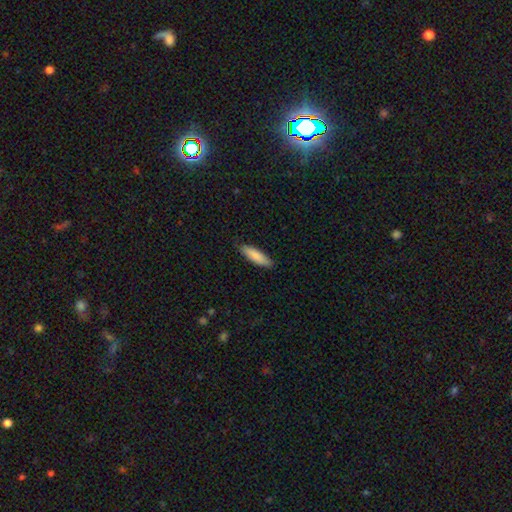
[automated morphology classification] smooth-or-featured: smooth: 85% | featured or disk: 9% | star or artifact: 5%
  how-rounded: cigar-shaped: 58% | in between: 40% | round: 1%
  merging: none: 86% | minor disturbance: 11% | major disturbance: 2% | merger: 1%